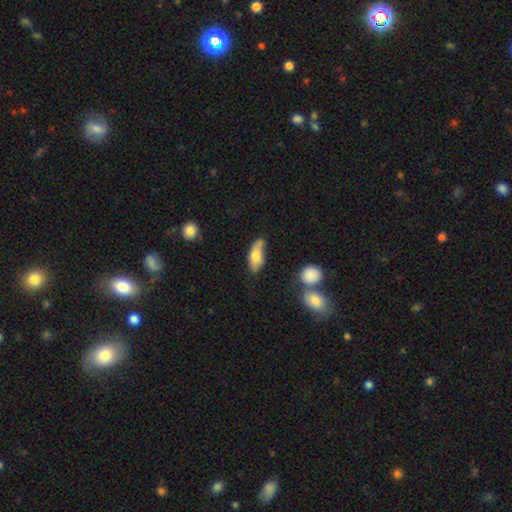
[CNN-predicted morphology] A smooth galaxy with no disk features (69%) that is in between round and cigar-shaped (77%).

Vote fractions:
- Smooth or featured? smooth: 69% / featured or disk: 24% / star or artifact: 7%
- How rounded? in between: 77% / cigar-shaped: 19% / round: 3%
- Merging? none: 54% / minor disturbance: 29% / merger: 9% / major disturbance: 8%